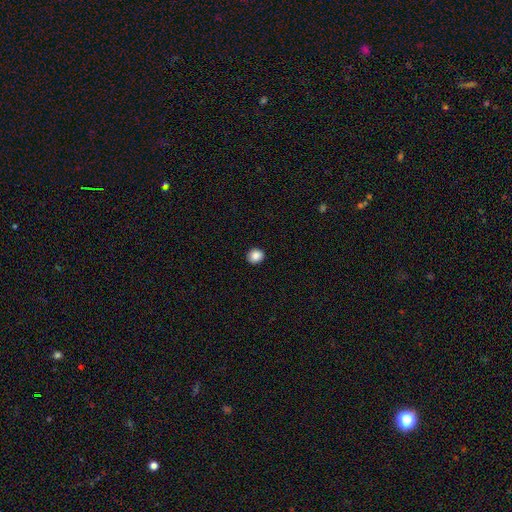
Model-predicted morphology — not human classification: smooth_or_featured: smooth (p=0.87) [alt: star or artifact p=0.09]
how_rounded: round (p=0.84) [alt: in between p=0.15]
merging: none (p=0.92) [alt: minor disturbance p=0.06]